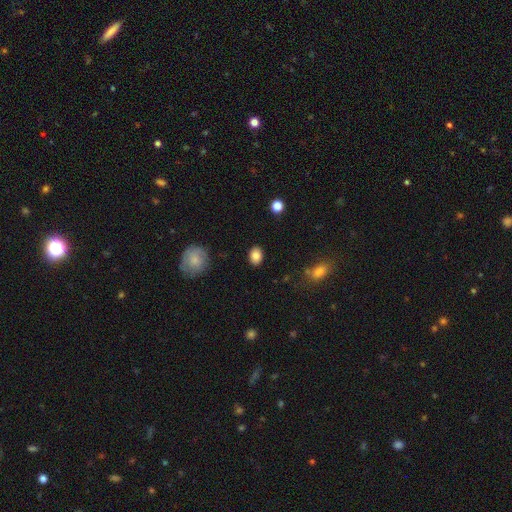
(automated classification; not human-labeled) Smooth or featured? smooth (85%)
How rounded? in between (70%)
Merging? none (88%)